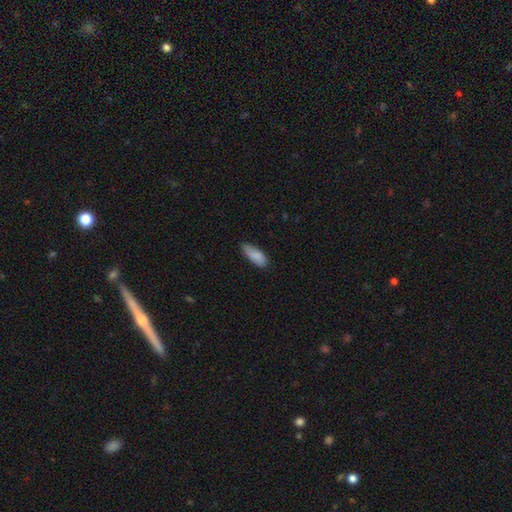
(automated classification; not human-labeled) smooth_or_featured: smooth (p=0.87) [alt: featured or disk p=0.07]
how_rounded: in between (p=0.78) [alt: cigar-shaped p=0.20]
merging: none (p=0.70) [alt: minor disturbance p=0.26]